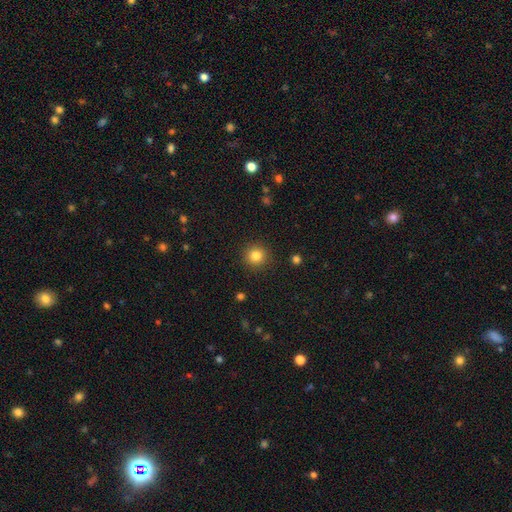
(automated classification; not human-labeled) Q: Smooth or featured?
A: smooth (83%); runner-up: star or artifact (11%)
Q: How rounded?
A: round (94%); runner-up: in between (5%)
Q: Merging?
A: none (91%); runner-up: minor disturbance (6%)